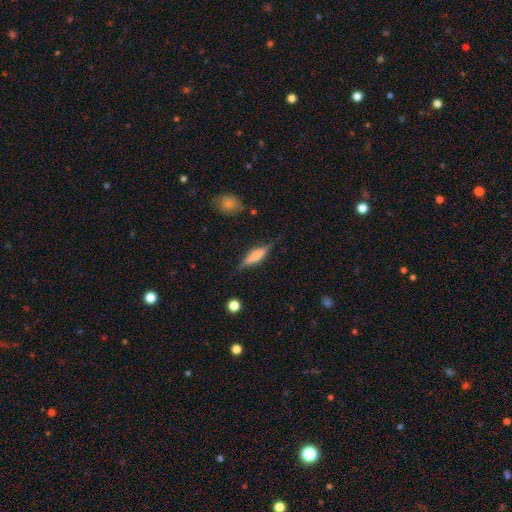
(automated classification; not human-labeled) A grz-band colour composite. It shows a featured or disk galaxy (50%). Merging: none (77%).